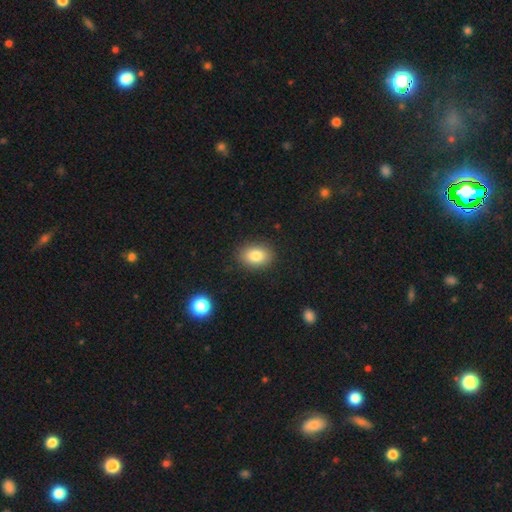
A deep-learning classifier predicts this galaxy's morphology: Smooth or featured? smooth (82%)
How rounded? in between (71%)
Merging? none (88%)